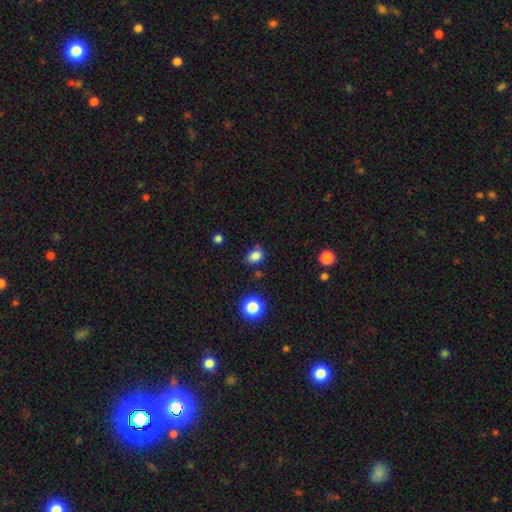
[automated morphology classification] This is clearly a smooth galaxy (83%). How rounded: likely in between (64%). Merging: likely none (72%).